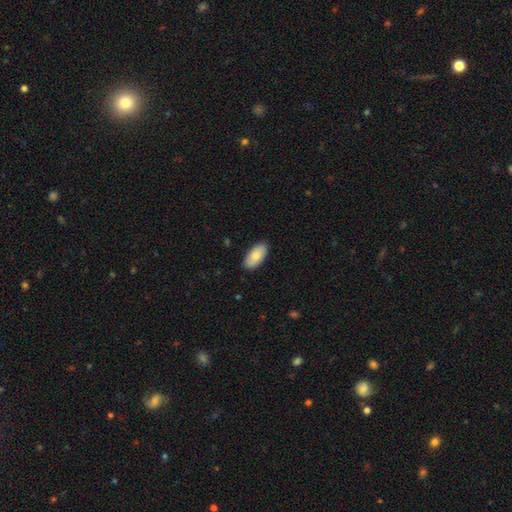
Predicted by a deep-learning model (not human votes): Smooth or featured?
  - smooth: 79% *
  - featured or disk: 15%
  - star or artifact: 6%
How rounded?
  - in between: 94% *
  - cigar-shaped: 4%
  - round: 2%
Merging?
  - none: 88% *
  - minor disturbance: 9%
  - major disturbance: 2%
  - merger: 1%